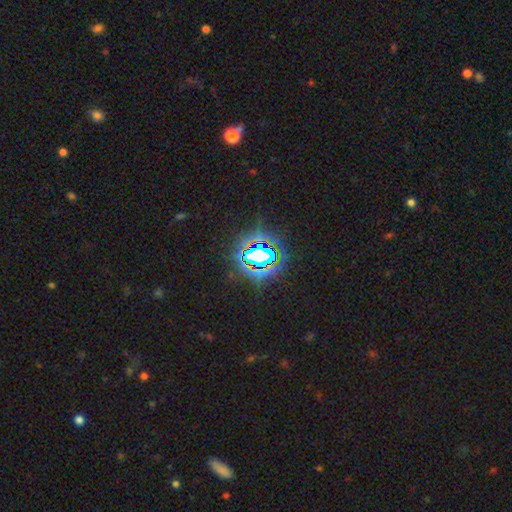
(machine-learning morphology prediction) Smooth or featured?
  - star or artifact: 77% *
  - smooth: 13%
  - featured or disk: 10%